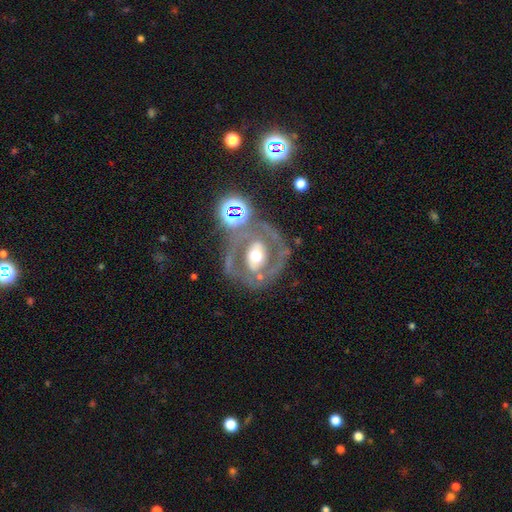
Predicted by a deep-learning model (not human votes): featured or disk 71%, smooth 19%, star or artifact 10%. Down the decision tree: edge-on disk — no (95%); bar — no (50%); spiral arms — no (55%); bulge size — moderate (68%); merging — none (64%).